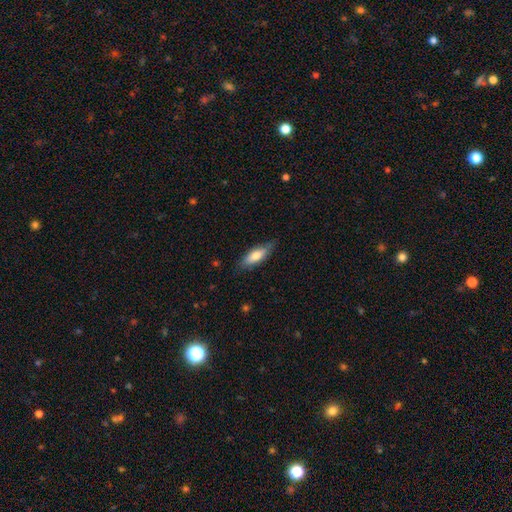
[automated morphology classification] smooth 72%, featured or disk 22%, star or artifact 6%. Down the decision tree: how rounded — in between (63%); merging — none (76%).